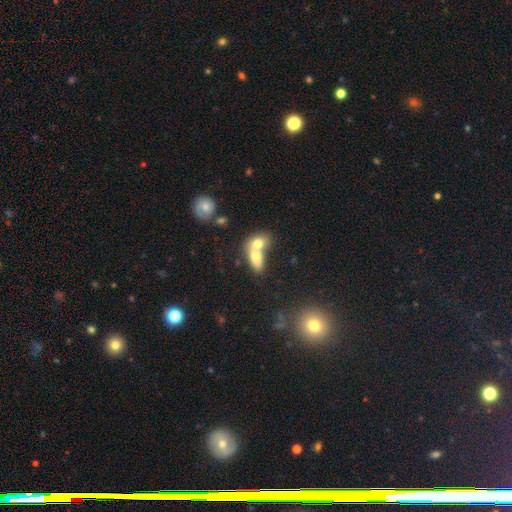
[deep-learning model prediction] Smooth or featured: smooth — 72% (featured or disk — 20%)
How rounded: in between — 81% (round — 12%)
Merging: merger — 73% (none — 17%)